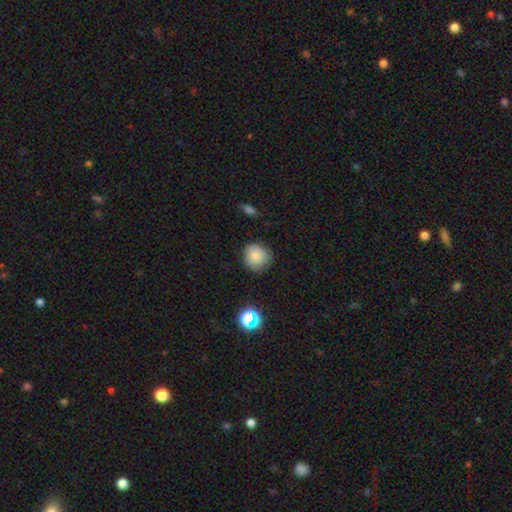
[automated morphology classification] The model was most divided on "merging": none: 76%, minor disturbance: 19%, major disturbance: 4%, merger: 2%. More confident: how rounded — round (87%); smooth or featured — smooth (80%).